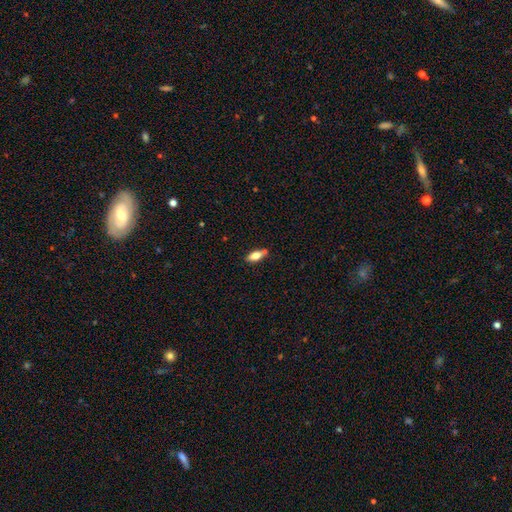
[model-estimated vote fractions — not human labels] Overall: smooth (66%; featured or disk 27%). How rounded: in between (74%). Merging: none (73%).